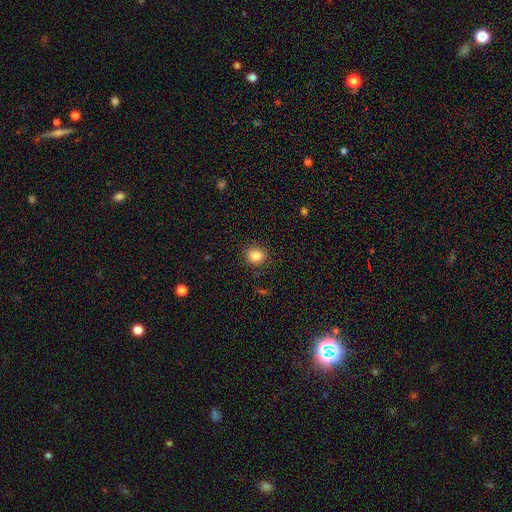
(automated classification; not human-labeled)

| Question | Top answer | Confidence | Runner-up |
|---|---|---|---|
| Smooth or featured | smooth | 85% | star or artifact (10%) |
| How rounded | round | 77% | in between (22%) |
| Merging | none | 88% | minor disturbance (8%) |